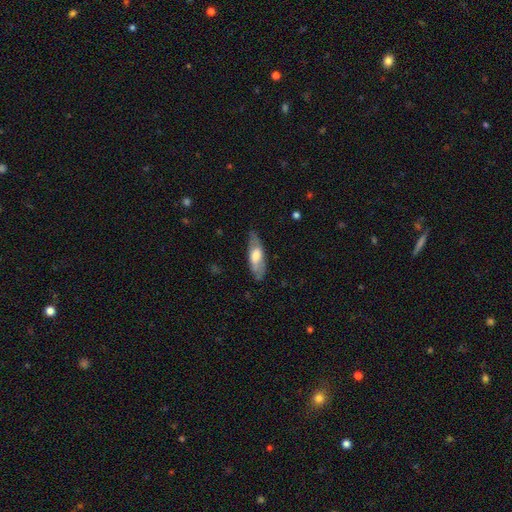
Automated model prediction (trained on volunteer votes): Morphology: type=smooth (56%); roundness=in between (57%); merging=none (75%).